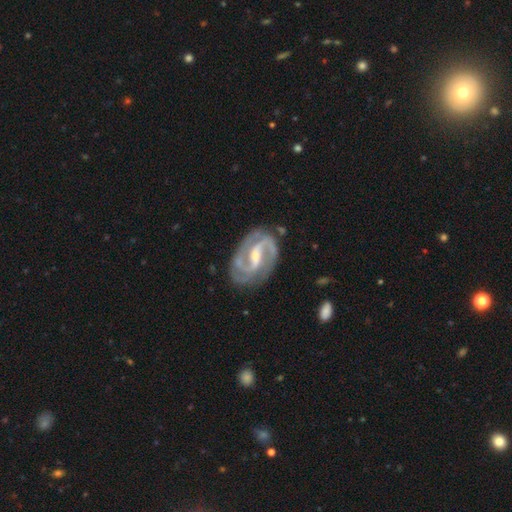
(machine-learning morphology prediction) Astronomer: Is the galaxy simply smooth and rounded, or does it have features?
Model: featured or disk — 92%.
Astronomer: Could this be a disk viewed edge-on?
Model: no — 97%.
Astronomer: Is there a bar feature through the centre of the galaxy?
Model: strong — 47% (runner-up: weak, 40%).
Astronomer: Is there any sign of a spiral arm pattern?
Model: yes — 98%.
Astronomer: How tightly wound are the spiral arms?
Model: medium — 52% (runner-up: tight, 35%).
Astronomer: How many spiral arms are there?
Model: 2 — 85%.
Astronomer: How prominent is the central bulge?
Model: moderate — 50% (runner-up: small, 45%).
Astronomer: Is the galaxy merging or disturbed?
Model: none — 78%.